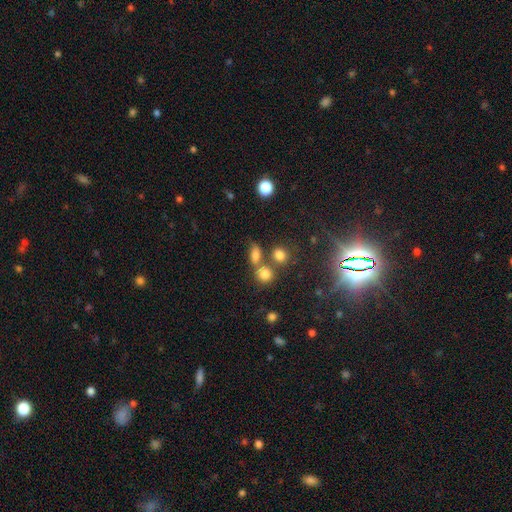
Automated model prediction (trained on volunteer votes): This appears to be a smooth galaxy with no disk features (64%) that is in between round and cigar-shaped (60%). Merging: none (54%).